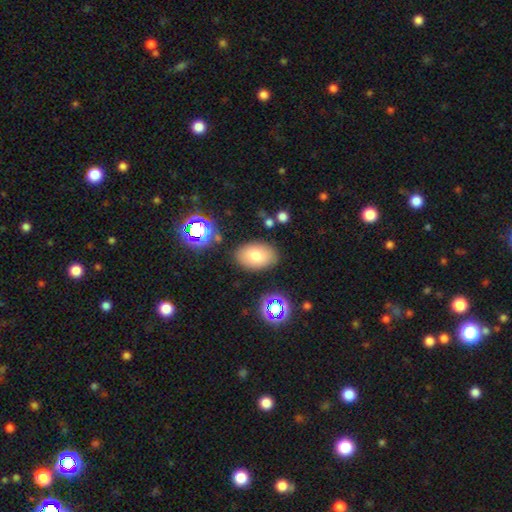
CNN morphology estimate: type=smooth (77%); roundness=in between (86%); merging=none (84%).